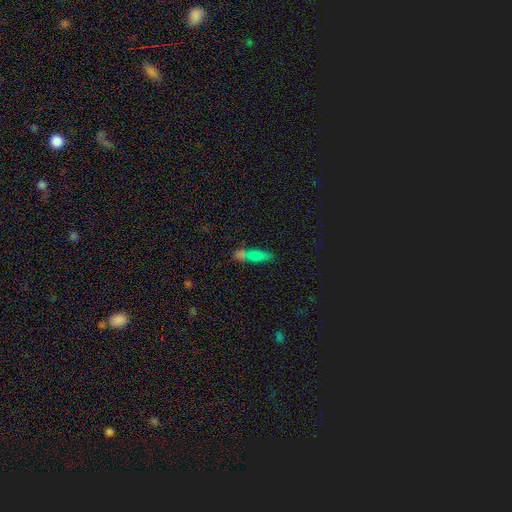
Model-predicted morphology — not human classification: Smooth or featured?
  - smooth: 69% *
  - star or artifact: 18%
  - featured or disk: 13%
How rounded?
  - cigar-shaped: 48% *
  - in between: 47%
  - round: 5%
Merging?
  - none: 61% *
  - merger: 19%
  - minor disturbance: 15%
  - major disturbance: 6%